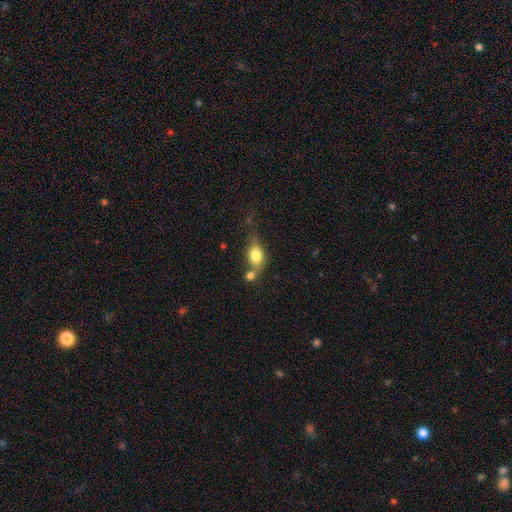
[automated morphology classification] This is likely a smooth galaxy (78%). How rounded: likely in between (68%). Merging: marginally merger (39%).